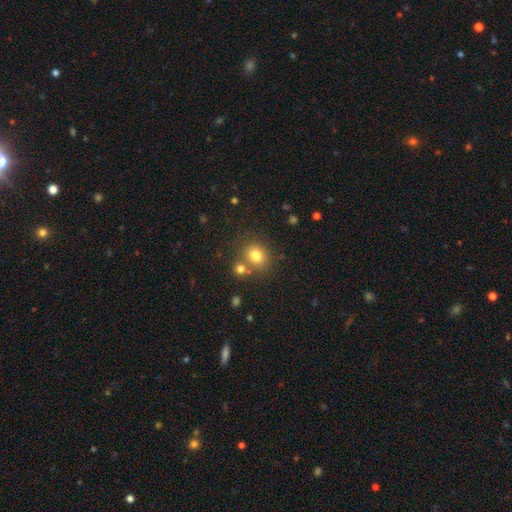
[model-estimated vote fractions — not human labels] This appears to be a smooth galaxy with no disk features (77%) that is round (75%). Merging: none (69%).